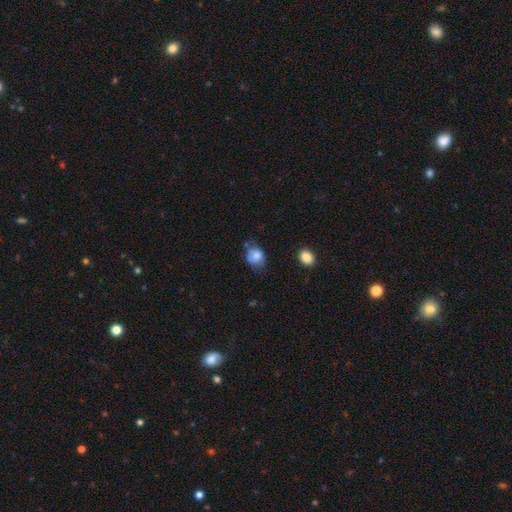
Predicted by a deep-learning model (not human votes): Overall: smooth (75%). How rounded: in between (56%; round 43%). Merging: none (50%; minor disturbance 33%).